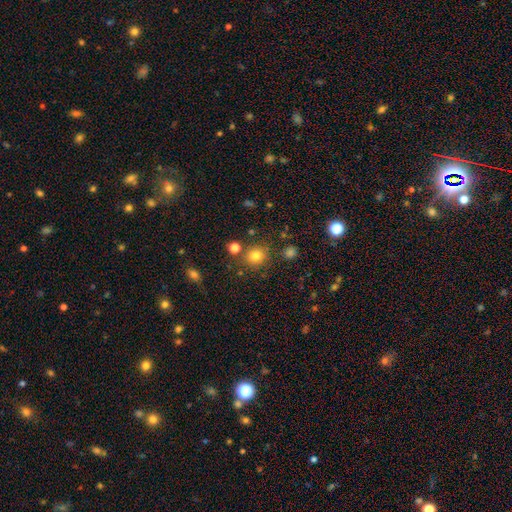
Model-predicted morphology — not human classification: smooth-or-featured: smooth: 79% | star or artifact: 15% | featured or disk: 7%
  how-rounded: round: 85% | in between: 14% | cigar-shaped: 1%
  merging: none: 80% | minor disturbance: 9% | merger: 7% | major disturbance: 4%